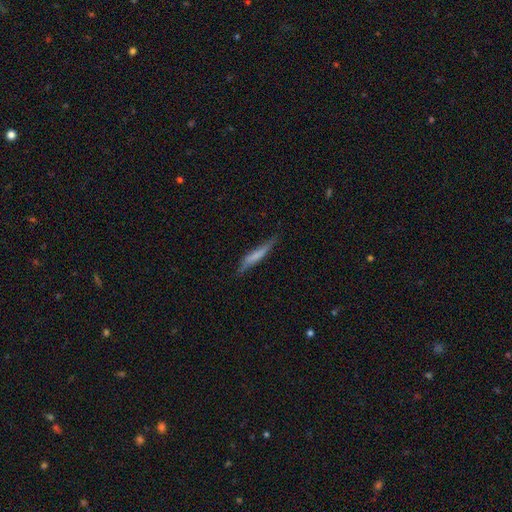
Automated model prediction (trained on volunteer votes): smooth_or_featured: smooth (p=0.61) [alt: featured or disk p=0.32]
how_rounded: cigar-shaped (p=0.92) [alt: in between p=0.07]
merging: none (p=0.70) [alt: minor disturbance p=0.23]